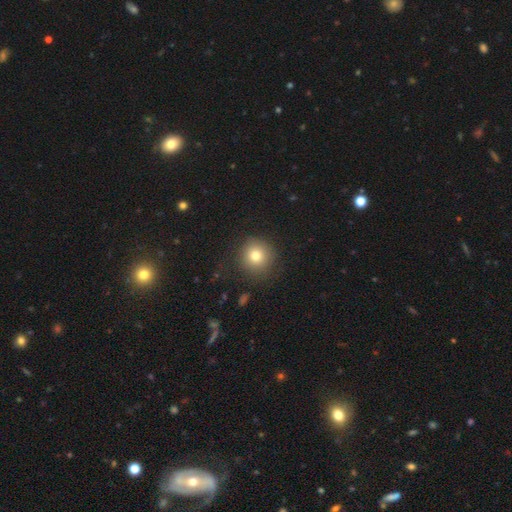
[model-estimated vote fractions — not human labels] smooth 78%, star or artifact 12%, featured or disk 11%. Down the decision tree: how rounded — round (92%); merging — none (83%).